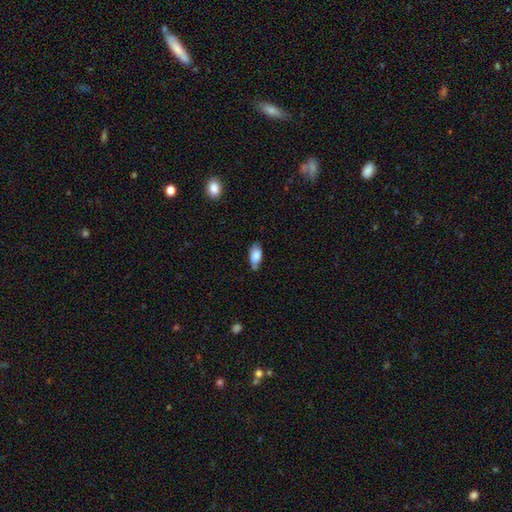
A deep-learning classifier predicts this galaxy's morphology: This appears to be a smooth galaxy with no disk features (80%) that is in between round and cigar-shaped (89%). Merging: none (63%).